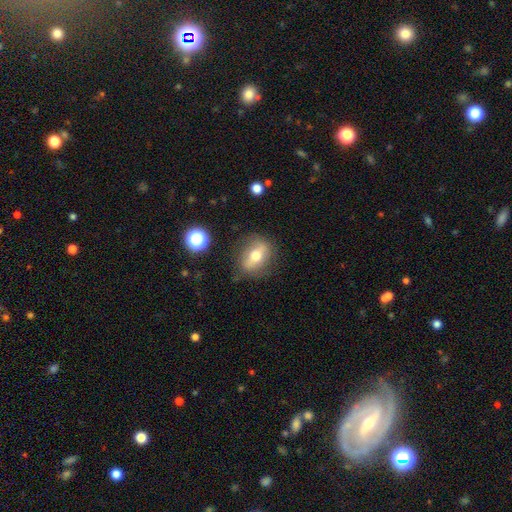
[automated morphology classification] A smooth galaxy with no disk features (46%).

Vote fractions:
- Smooth or featured? smooth: 46% / featured or disk: 45% / star or artifact: 9%
- Merging? none: 78% / minor disturbance: 15% / major disturbance: 5% / merger: 2%